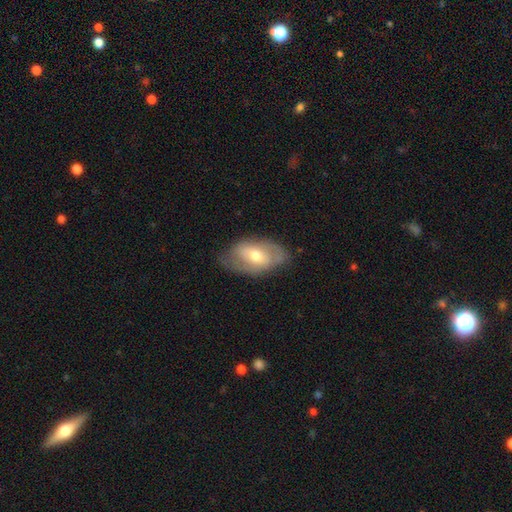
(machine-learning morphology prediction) Q: Smooth or featured?
A: featured or disk (51%); runner-up: smooth (43%)
Q: Edge-on disk?
A: no (91%); runner-up: yes (9%)
Q: Merging?
A: none (69%); runner-up: minor disturbance (22%)